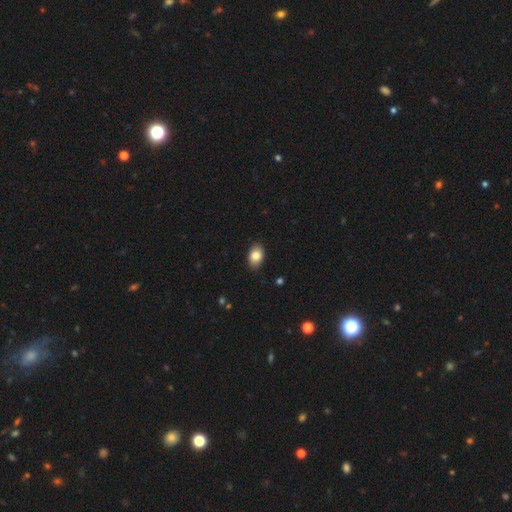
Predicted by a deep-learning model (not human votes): smooth_or_featured: smooth (p=0.85) [alt: star or artifact p=0.08]
how_rounded: in between (p=0.84) [alt: round p=0.14]
merging: none (p=0.87) [alt: minor disturbance p=0.10]